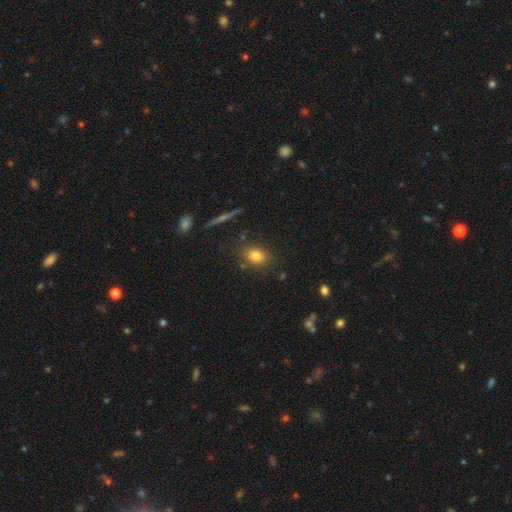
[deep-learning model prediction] The model was most divided on "how rounded": in between: 61%, round: 36%, cigar-shaped: 2%. More confident: smooth or featured — smooth (80%); merging — none (79%).